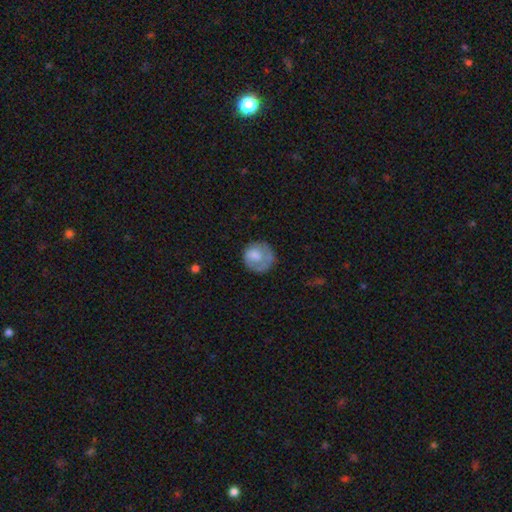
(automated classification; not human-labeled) Overall: smooth (65%; featured or disk 28%). How rounded: round (87%). Merging: none (60%; minor disturbance 23%).